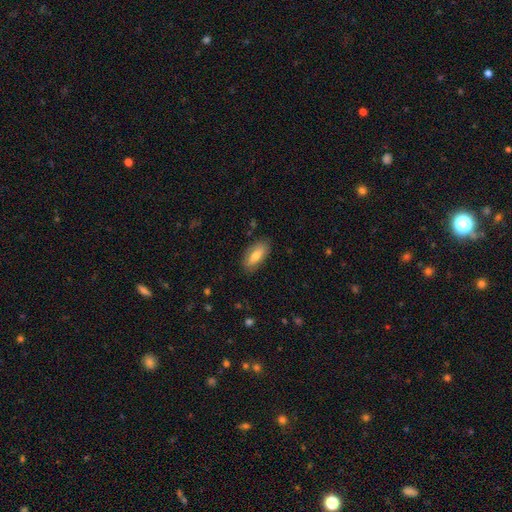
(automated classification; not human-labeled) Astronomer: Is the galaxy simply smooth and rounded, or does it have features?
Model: smooth — 74%.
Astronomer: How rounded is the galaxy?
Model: in between — 84%.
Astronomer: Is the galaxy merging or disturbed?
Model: none — 83%.